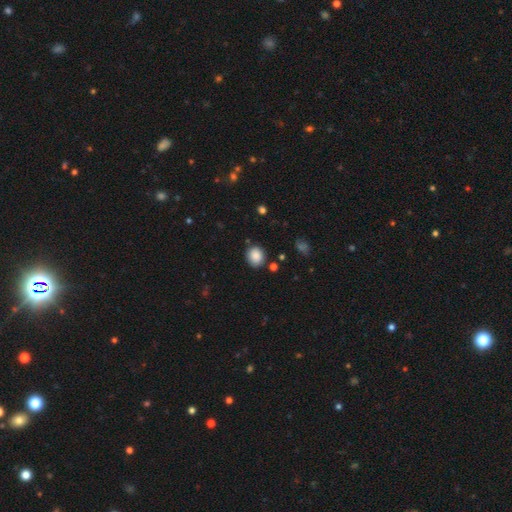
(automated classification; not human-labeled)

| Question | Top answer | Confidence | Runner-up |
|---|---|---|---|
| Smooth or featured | smooth | 87% | star or artifact (9%) |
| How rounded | round | 72% | in between (27%) |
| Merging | none | 83% | minor disturbance (11%) |